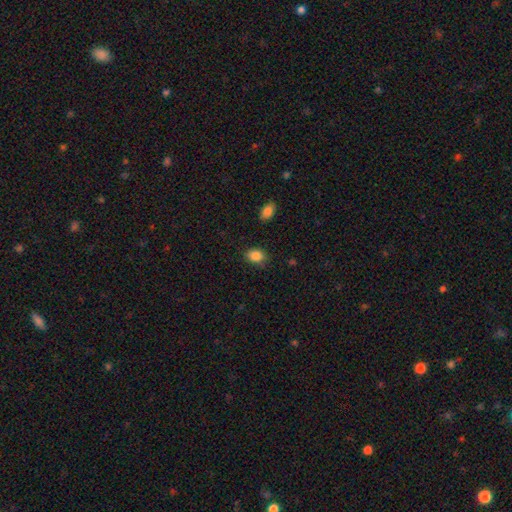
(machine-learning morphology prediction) smooth 86%, star or artifact 9%, featured or disk 5%. Down the decision tree: how rounded — in between (67%); merging — none (81%).